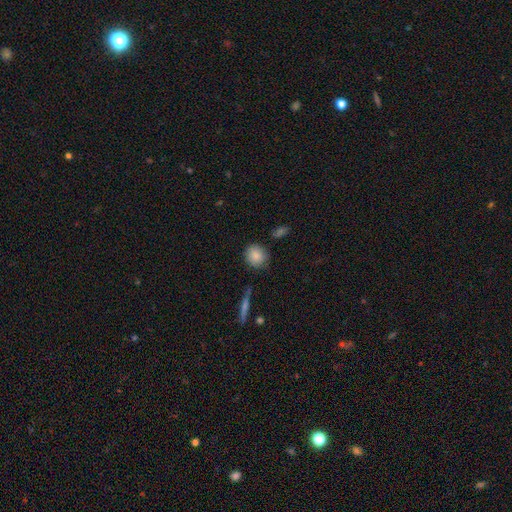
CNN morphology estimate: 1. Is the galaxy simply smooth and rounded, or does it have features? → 86% smooth, 7% star or artifact, 7% featured or disk.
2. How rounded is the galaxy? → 83% round, 15% in between, 2% cigar-shaped.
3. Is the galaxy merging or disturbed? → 83% none, 12% minor disturbance, 3% major disturbance, 3% merger.